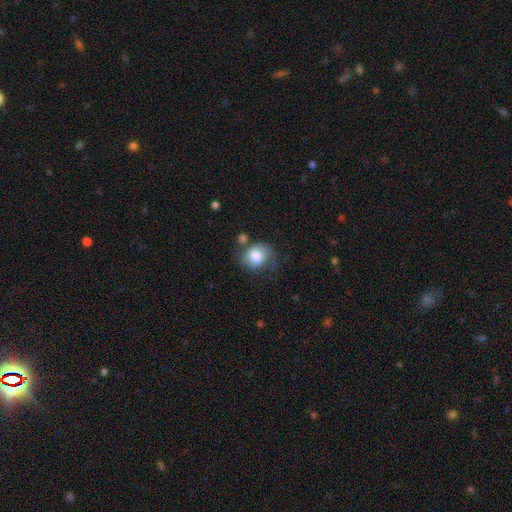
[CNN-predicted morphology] A smooth galaxy with no disk features (76%) that is round (62%).

Vote fractions:
- Smooth or featured? smooth: 76% / featured or disk: 16% / star or artifact: 8%
- How rounded? round: 62% / in between: 37% / cigar-shaped: 1%
- Merging? none: 52% / minor disturbance: 27% / major disturbance: 13% / merger: 8%